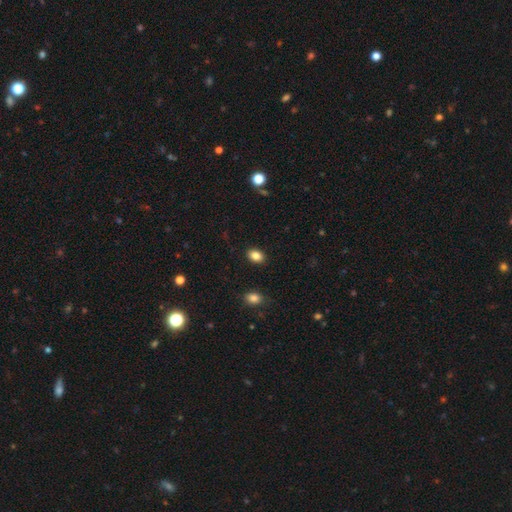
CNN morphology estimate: A smooth galaxy with no disk features (85%) that is in between round and cigar-shaped (75%).

Vote fractions:
- Smooth or featured? smooth: 85% / star or artifact: 10% / featured or disk: 6%
- How rounded? in between: 75% / round: 24% / cigar-shaped: 1%
- Merging? none: 89% / minor disturbance: 8% / major disturbance: 2% / merger: 1%